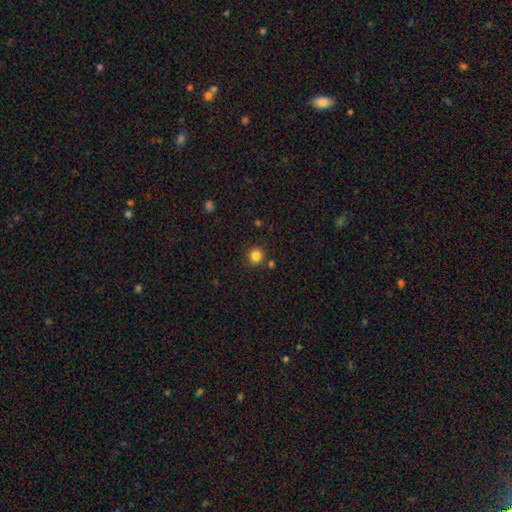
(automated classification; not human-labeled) Smooth or featured? smooth (83%)
How rounded? round (91%)
Merging? none (87%)